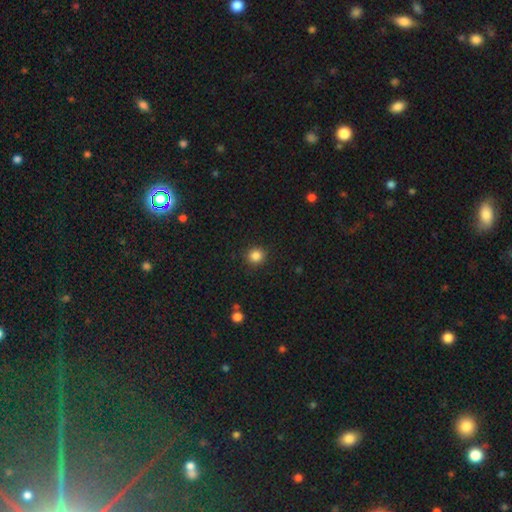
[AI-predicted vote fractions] Smooth or featured? smooth (85%)
How rounded? round (92%)
Merging? none (91%)